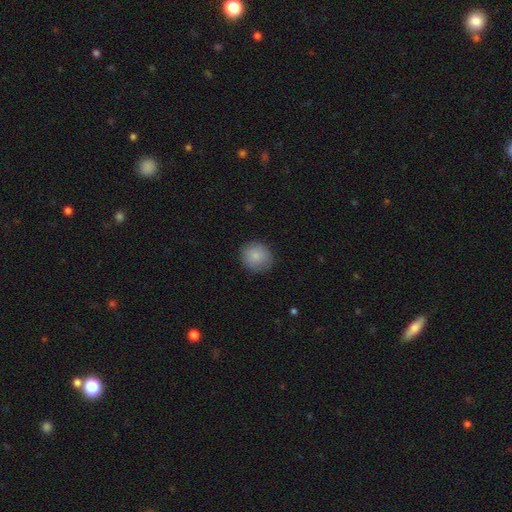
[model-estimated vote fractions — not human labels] This appears to be a smooth galaxy with no disk features (86%) that is round (89%). Merging: none (87%).